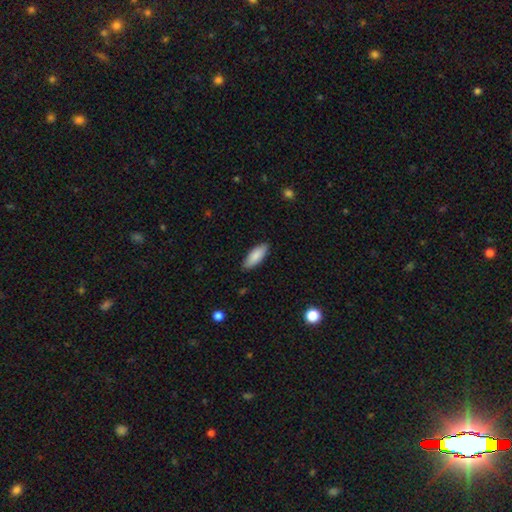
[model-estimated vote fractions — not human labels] A smooth galaxy with no disk features (87%) that is in between round and cigar-shaped (70%). Merging: none (87%).